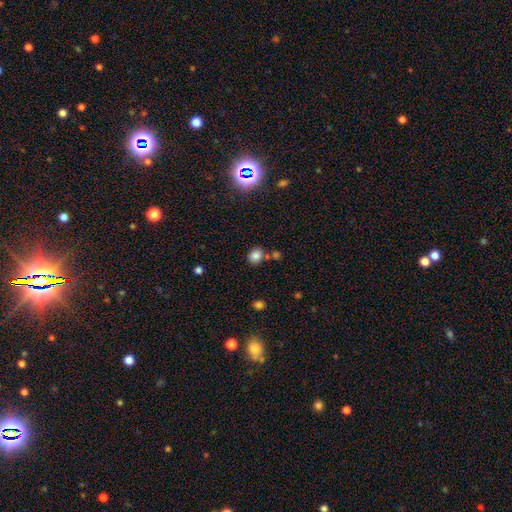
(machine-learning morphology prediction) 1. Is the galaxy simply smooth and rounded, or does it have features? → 82% smooth, 13% star or artifact, 5% featured or disk.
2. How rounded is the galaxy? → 68% round, 31% in between, 1% cigar-shaped.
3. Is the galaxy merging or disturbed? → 70% none, 15% merger, 12% minor disturbance, 4% major disturbance.